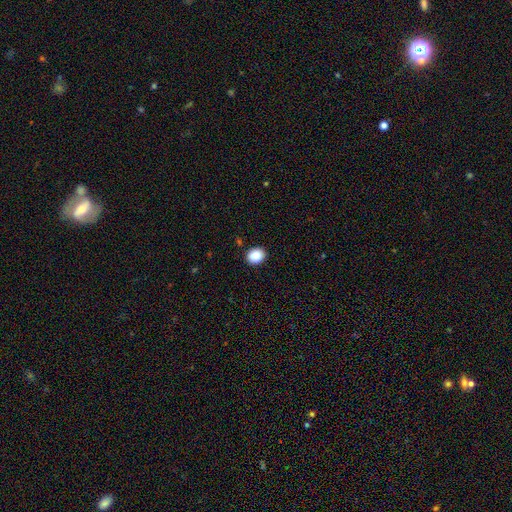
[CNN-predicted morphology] This is clearly a smooth galaxy (87%). How rounded: likely round (63%). Merging: clearly none (91%).